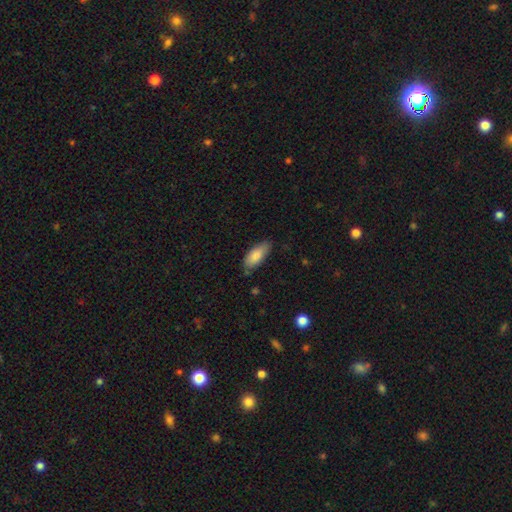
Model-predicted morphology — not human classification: This appears to be a smooth galaxy with no disk features (84%) that is in between round and cigar-shaped (80%). Merging: none (74%).